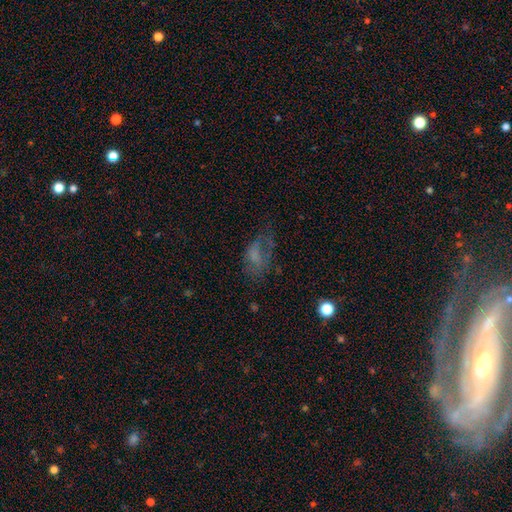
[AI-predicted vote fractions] This is possibly a smooth galaxy (50%). Merging: marginally major disturbance (38%).